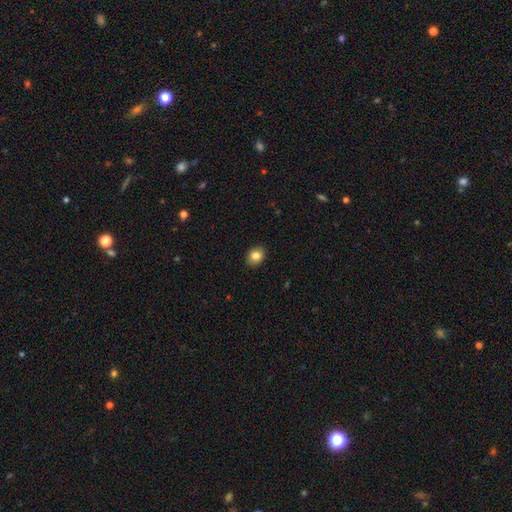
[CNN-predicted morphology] Smooth or featured? Predicted: smooth (p=0.83). How rounded? Predicted: in between (p=0.53). Merging? Predicted: none (p=0.90).